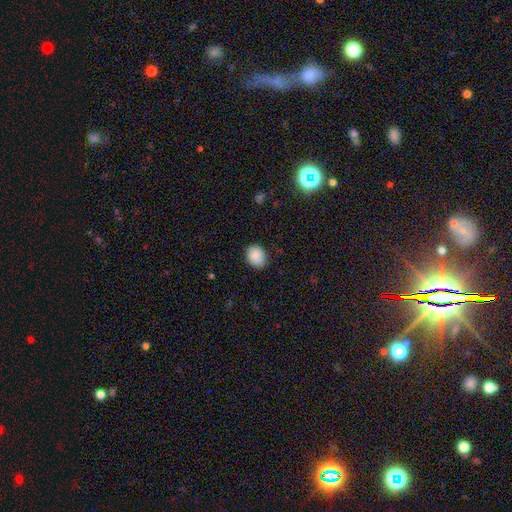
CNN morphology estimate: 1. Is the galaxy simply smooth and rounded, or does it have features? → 87% smooth, 8% star or artifact, 5% featured or disk.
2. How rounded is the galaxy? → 58% round, 41% in between, 1% cigar-shaped.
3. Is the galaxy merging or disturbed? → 83% none, 13% minor disturbance, 3% major disturbance, 1% merger.